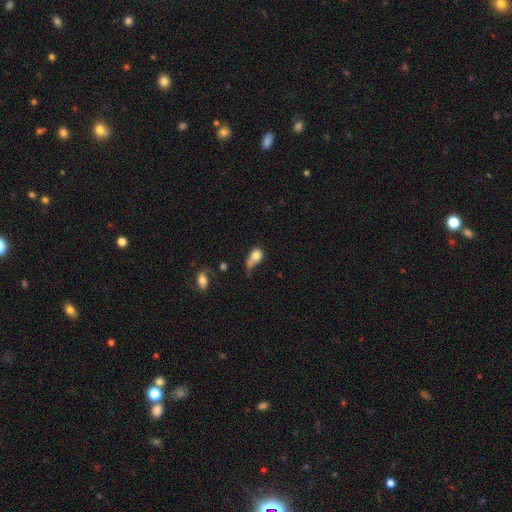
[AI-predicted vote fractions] Smooth or featured: smooth — 71% (featured or disk — 19%)
How rounded: in between — 67% (round — 29%)
Merging: major disturbance — 41% (minor disturbance — 26%)